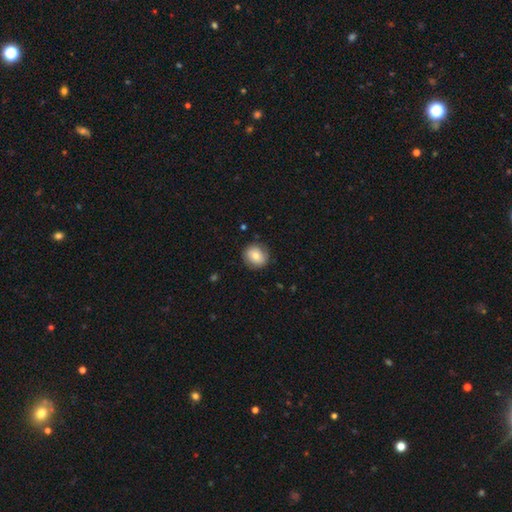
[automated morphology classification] smooth_or_featured: smooth (p=0.73) [alt: featured or disk p=0.19]
how_rounded: round (p=0.80) [alt: in between p=0.19]
merging: none (p=0.84) [alt: minor disturbance p=0.12]